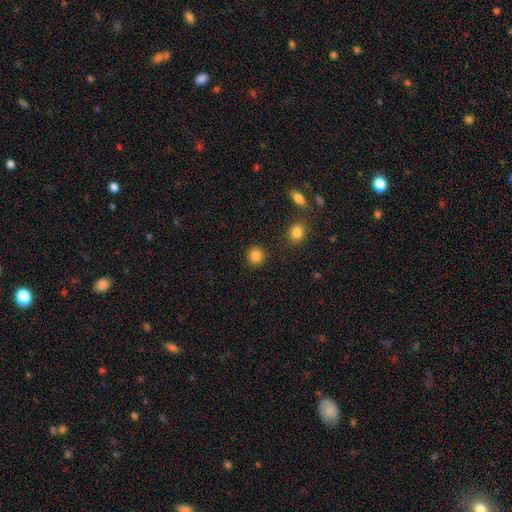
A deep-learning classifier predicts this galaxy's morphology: Smooth or featured? Predicted: smooth (p=0.85). How rounded? Predicted: round (p=0.91). Merging? Predicted: none (p=0.90).